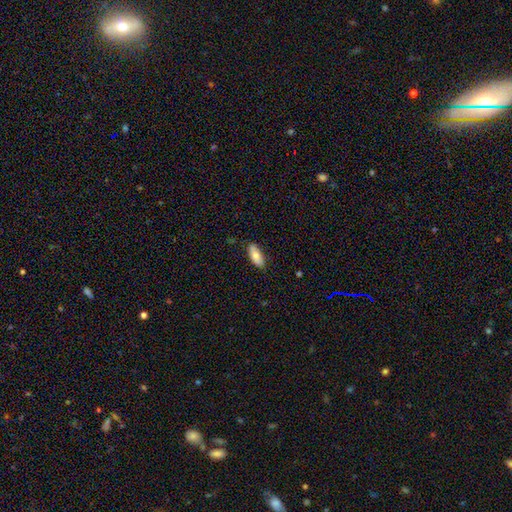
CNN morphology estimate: Smooth or featured? Predicted: smooth (p=0.76). How rounded? Predicted: in between (p=0.81). Merging? Predicted: none (p=0.83).